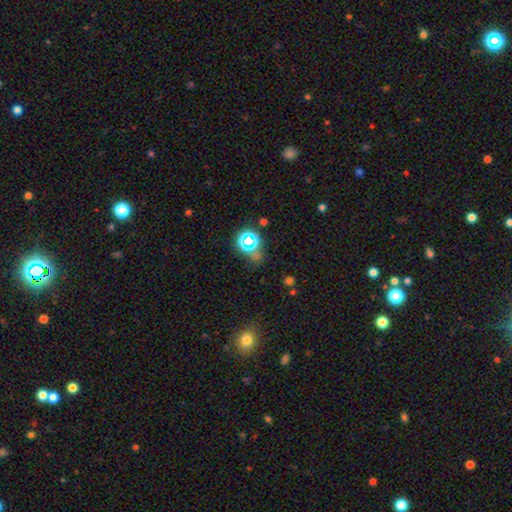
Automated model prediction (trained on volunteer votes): Smooth or featured? Predicted: star or artifact (p=0.49).